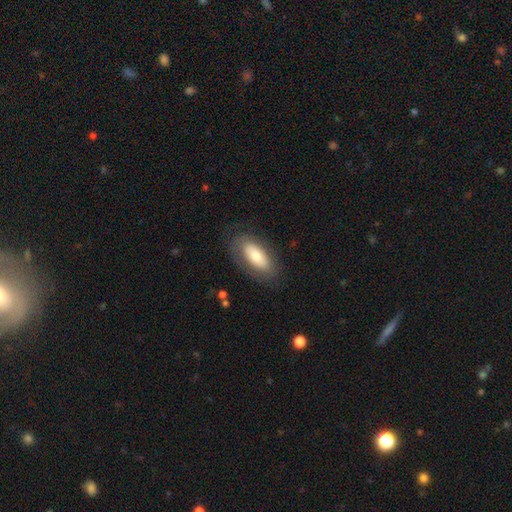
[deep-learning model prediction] The model was most divided on "smooth or featured": smooth: 68%, featured or disk: 26%, star or artifact: 6%. More confident: how rounded — in between (86%); merging — none (78%).